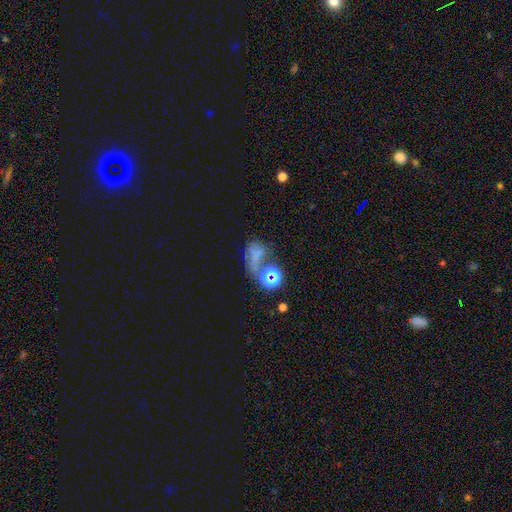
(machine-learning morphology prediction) type=smooth (46%); merging=none (31%).